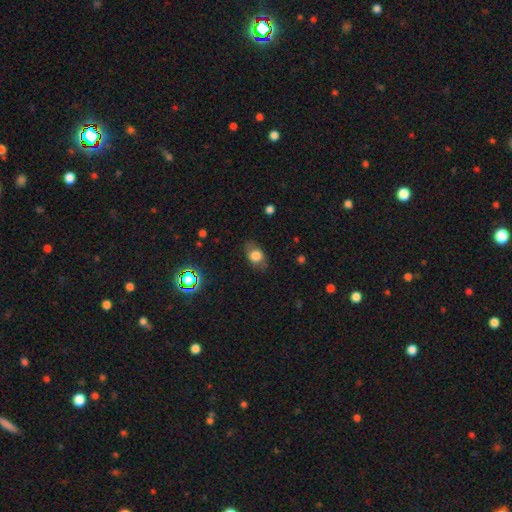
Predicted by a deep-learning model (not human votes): smooth 70%, featured or disk 19%, star or artifact 11%. Down the decision tree: how rounded — in between (73%); merging — none (75%).